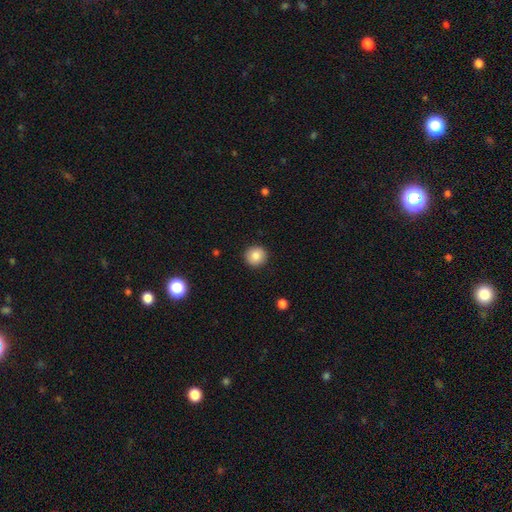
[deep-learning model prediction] This is clearly a smooth galaxy (85%). How rounded: clearly round (94%). Merging: clearly none (92%).